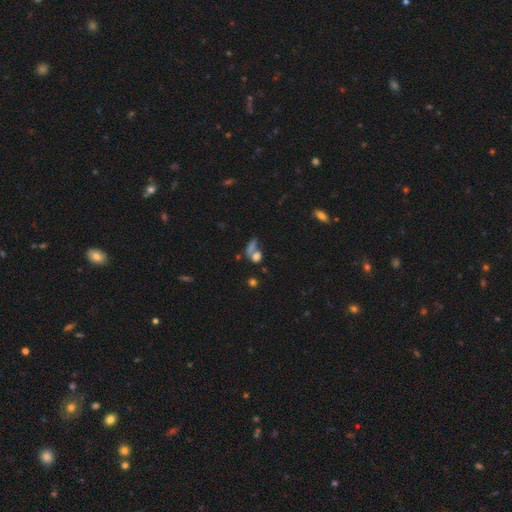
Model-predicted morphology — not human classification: A smooth galaxy with no disk features (65%) that is in between round and cigar-shaped (46%). Merging: merger (39%).